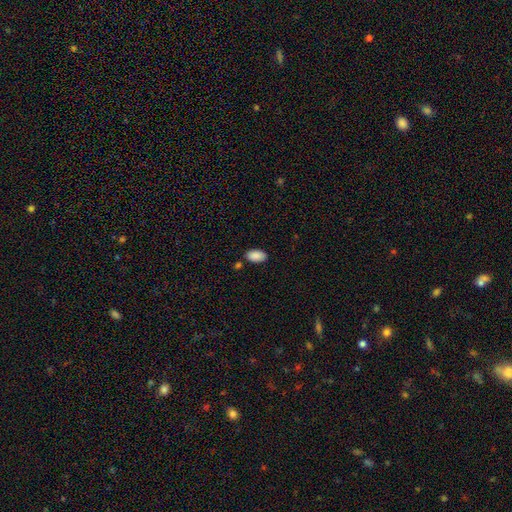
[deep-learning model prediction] Smooth or featured?
  - smooth: 90% *
  - star or artifact: 7%
  - featured or disk: 4%
How rounded?
  - in between: 95% *
  - round: 3%
  - cigar-shaped: 2%
Merging?
  - none: 80% *
  - minor disturbance: 12%
  - merger: 5%
  - major disturbance: 3%